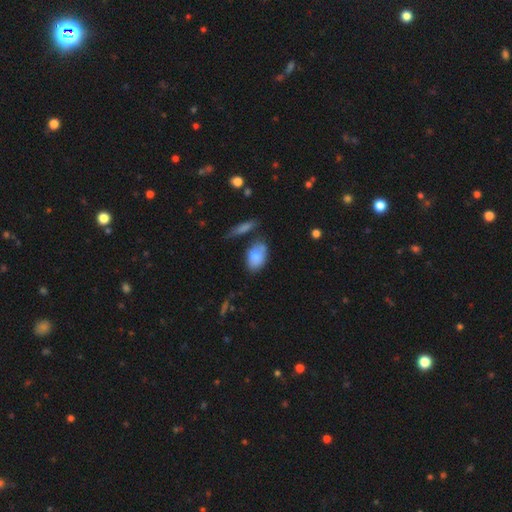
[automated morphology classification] Smooth or featured? smooth (76%)
How rounded? in between (88%)
Merging? none (63%)